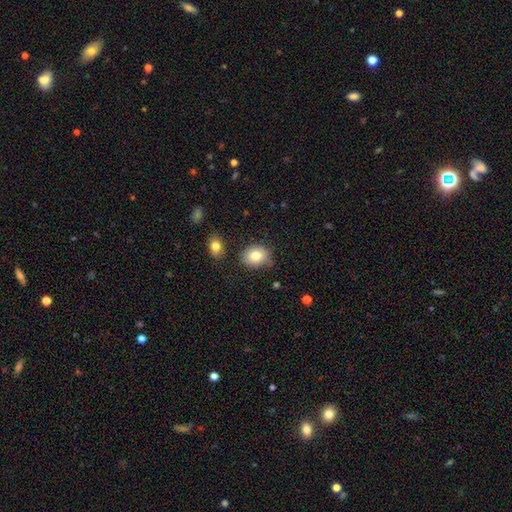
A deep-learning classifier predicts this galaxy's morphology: The model was most divided on "how rounded": round: 52%, in between: 47%, cigar-shaped: 1%. More confident: smooth or featured — smooth (81%); merging — none (74%).